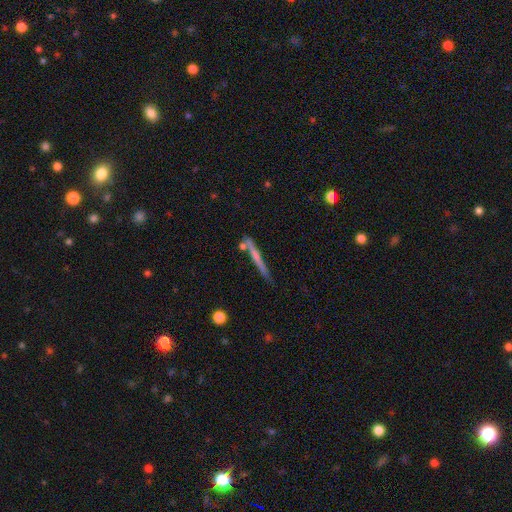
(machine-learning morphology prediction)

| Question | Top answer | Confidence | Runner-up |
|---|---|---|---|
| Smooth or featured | featured or disk | 47% | smooth (46%) |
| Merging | none | 74% | minor disturbance (14%) |